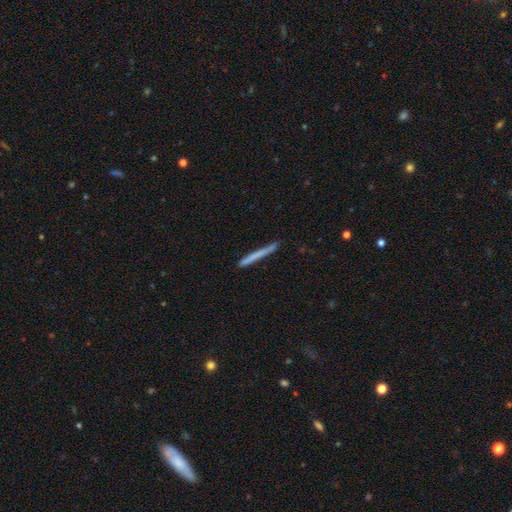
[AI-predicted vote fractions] smooth-or-featured: smooth: 64% | featured or disk: 30% | star or artifact: 6%
  how-rounded: cigar-shaped: 97% | in between: 2% | round: 1%
  merging: none: 87% | minor disturbance: 10% | major disturbance: 2% | merger: 2%